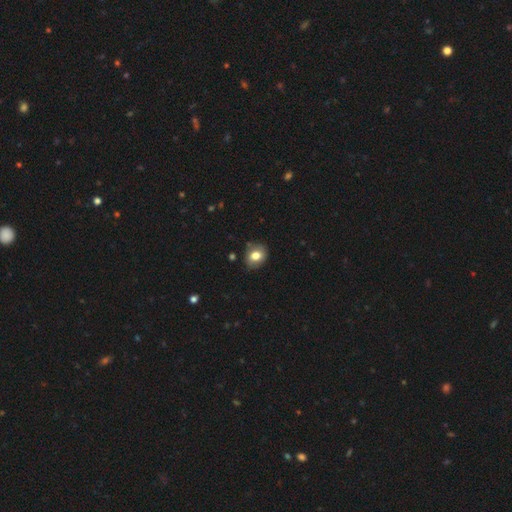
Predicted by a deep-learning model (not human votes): Smooth or featured? smooth (77%)
How rounded? round (57%)
Merging? none (77%)